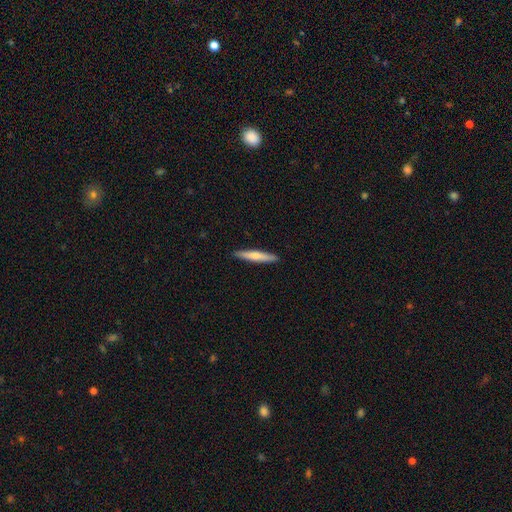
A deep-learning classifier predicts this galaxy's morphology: Smooth or featured?
  - smooth: 61% *
  - featured or disk: 34%
  - star or artifact: 5%
How rounded?
  - cigar-shaped: 93% *
  - in between: 6%
  - round: 1%
Merging?
  - none: 92% *
  - minor disturbance: 6%
  - major disturbance: 1%
  - merger: 1%